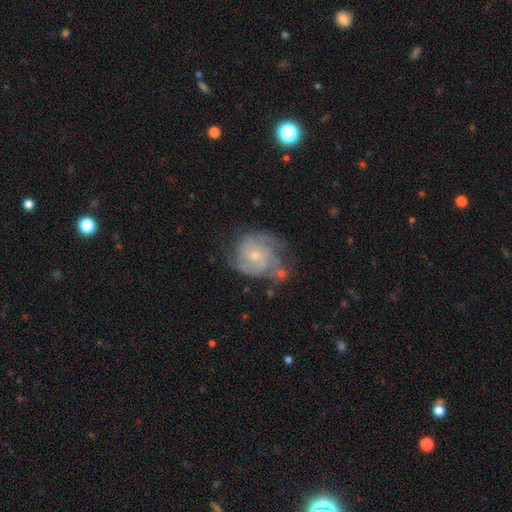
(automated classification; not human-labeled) Smooth or featured? Predicted: featured or disk (p=0.77). Edge-on disk? Predicted: no (p=0.98). Bar? Predicted: no (p=0.70). Spiral arms? Predicted: yes (p=0.91). Spiral winding? Predicted: tight (p=0.48). Spiral arm count? Predicted: 3 (p=0.29). Bulge size? Predicted: small (p=0.65). Merging? Predicted: none (p=0.54).